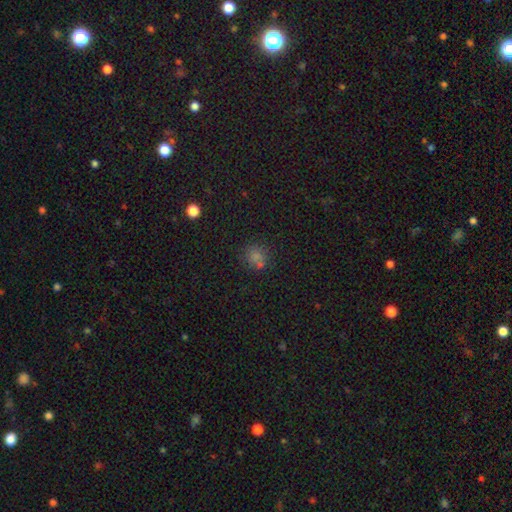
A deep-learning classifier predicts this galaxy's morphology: A smooth galaxy with no disk features (64%) that is round (87%).

Vote fractions:
- Smooth or featured? smooth: 64% / star or artifact: 28% / featured or disk: 8%
- How rounded? round: 87% / in between: 12% / cigar-shaped: 1%
- Merging? none: 71% / merger: 16% / minor disturbance: 10% / major disturbance: 3%